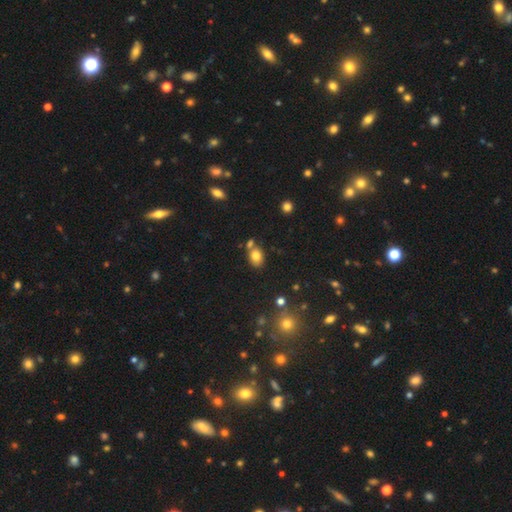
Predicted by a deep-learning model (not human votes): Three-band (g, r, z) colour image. It shows a smooth galaxy with no disk features (79%) that is in between round and cigar-shaped (69%). Merging: none (61%).